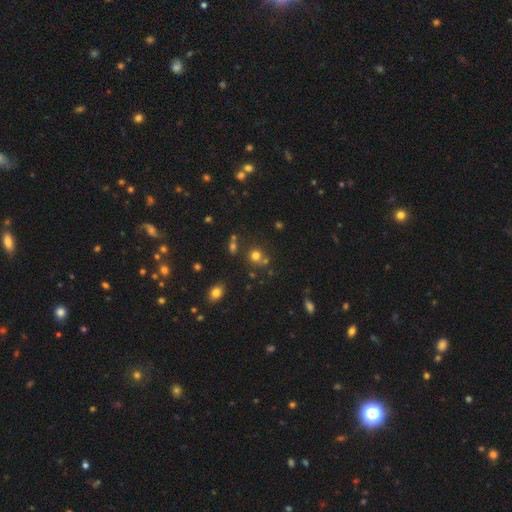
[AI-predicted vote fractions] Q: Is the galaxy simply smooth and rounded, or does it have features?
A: smooth — 71%.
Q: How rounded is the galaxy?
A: round — 84%.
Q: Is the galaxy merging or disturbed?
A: none — 63%.